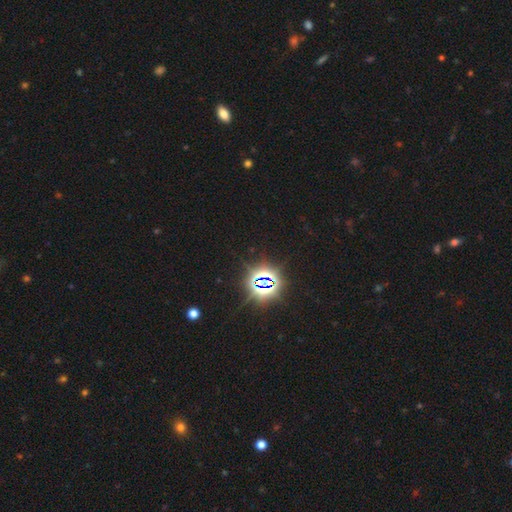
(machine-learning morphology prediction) type=star or artifact (81%).